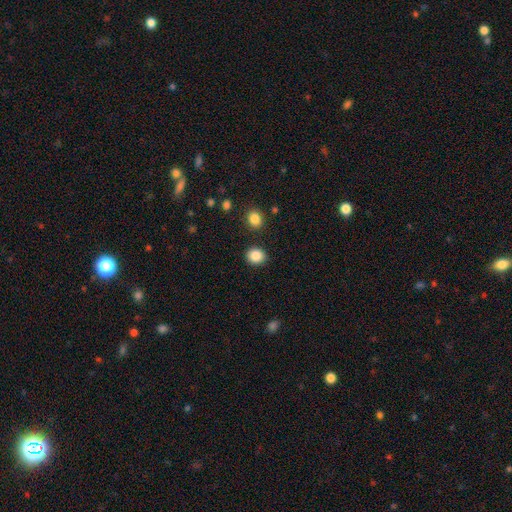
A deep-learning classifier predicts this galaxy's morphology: A smooth galaxy with no disk features (87%) that is round (75%). Merging: none (87%).